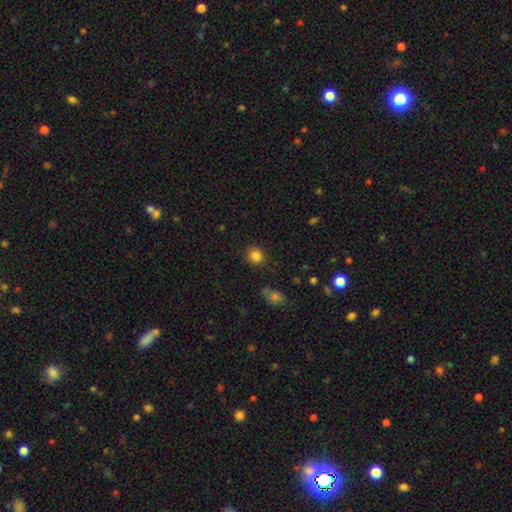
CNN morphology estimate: smooth_or_featured: smooth (p=0.85) [alt: star or artifact p=0.11]
how_rounded: round (p=0.80) [alt: in between p=0.19]
merging: none (p=0.85) [alt: minor disturbance p=0.10]